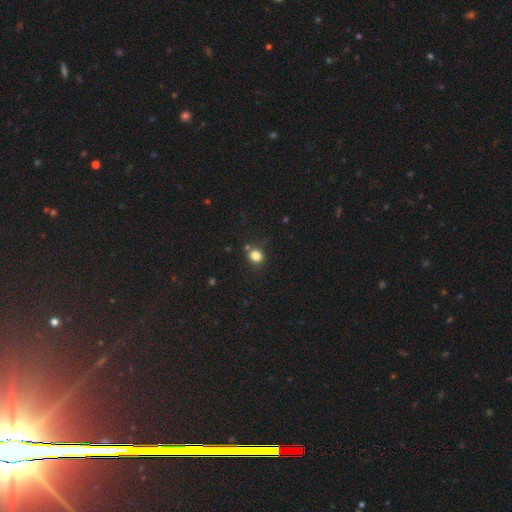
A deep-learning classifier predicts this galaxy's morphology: smooth 81%, star or artifact 14%, featured or disk 5%. Down the decision tree: how rounded — round (85%); merging — none (77%).